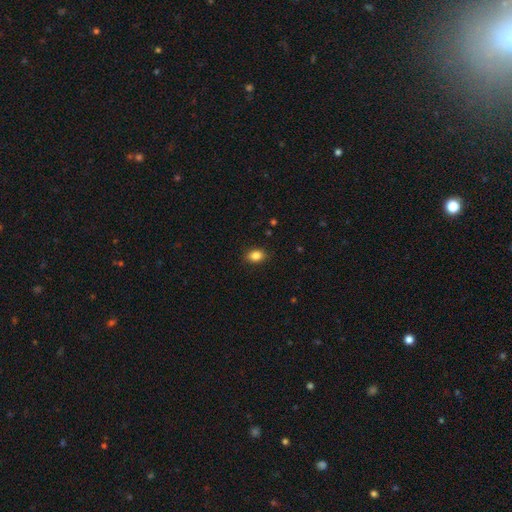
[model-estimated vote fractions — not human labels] Morphology: type=smooth (86%); roundness=in between (67%); merging=none (87%).